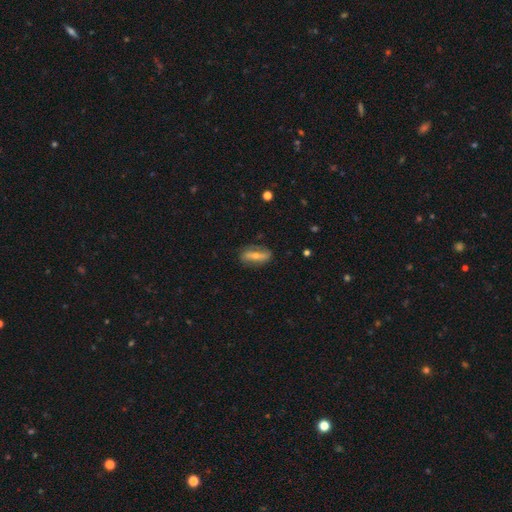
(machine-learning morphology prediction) featured or disk 51%, smooth 42%, star or artifact 7%. Down the decision tree: edge-on disk — no (68%); merging — none (75%).